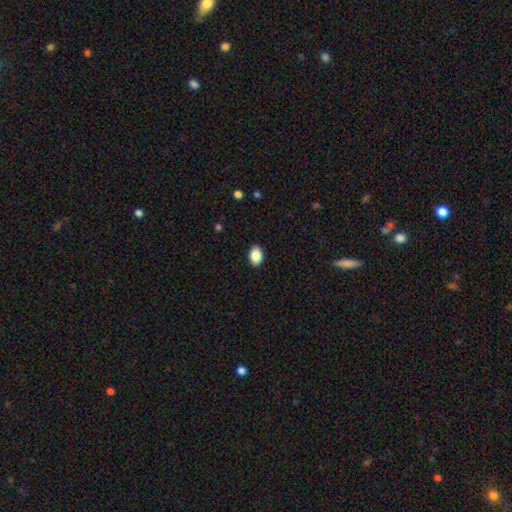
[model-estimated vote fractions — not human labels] Morphology: type=smooth (87%); roundness=in between (78%); merging=none (90%).